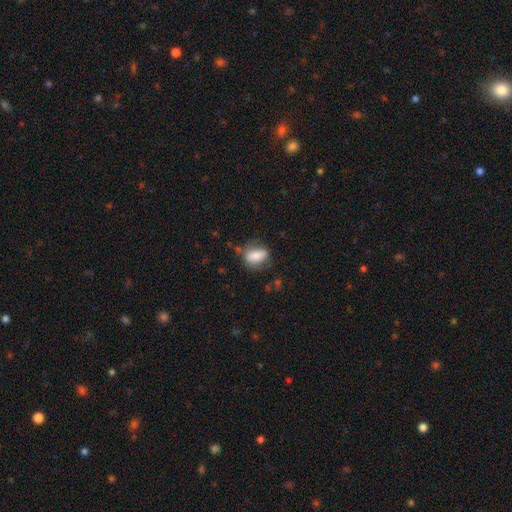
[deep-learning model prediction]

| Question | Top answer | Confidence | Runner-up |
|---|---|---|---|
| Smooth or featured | smooth | 72% | featured or disk (20%) |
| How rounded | in between | 71% | round (24%) |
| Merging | none | 66% | minor disturbance (22%) |